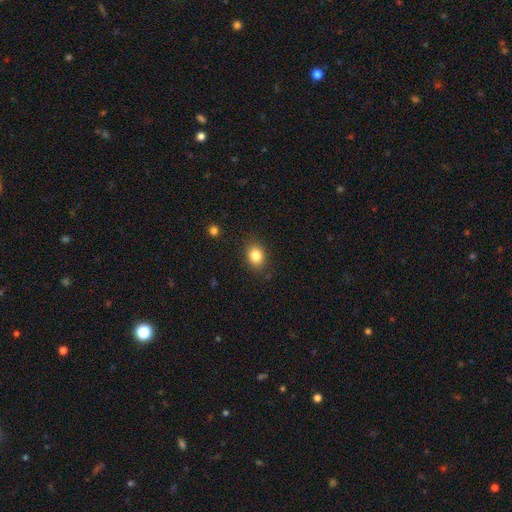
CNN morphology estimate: smooth 84%, star or artifact 10%, featured or disk 6%. Down the decision tree: how rounded — in between (54%); merging — none (85%).